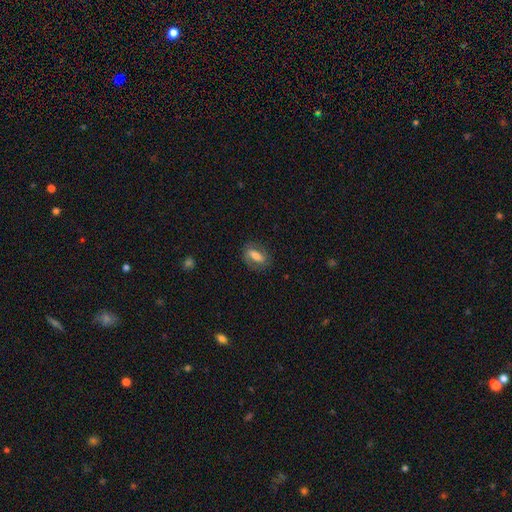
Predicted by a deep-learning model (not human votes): Smooth or featured? Predicted: smooth (p=0.56). How rounded? Predicted: in between (p=0.77). Merging? Predicted: none (p=0.76).